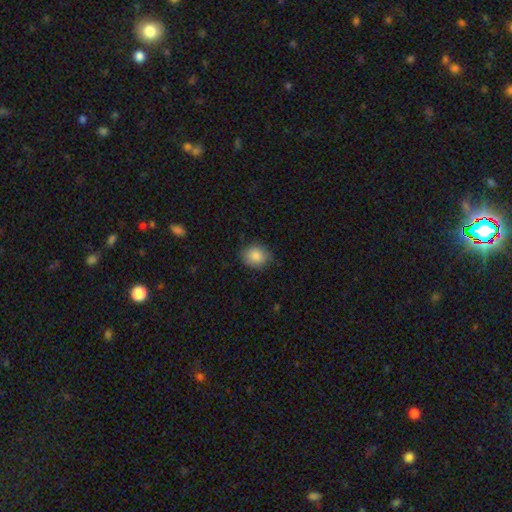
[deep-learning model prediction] Smooth or featured?
  - smooth: 87% *
  - star or artifact: 8%
  - featured or disk: 5%
How rounded?
  - round: 66% *
  - in between: 33%
  - cigar-shaped: 1%
Merging?
  - none: 82% *
  - minor disturbance: 14%
  - major disturbance: 3%
  - merger: 1%